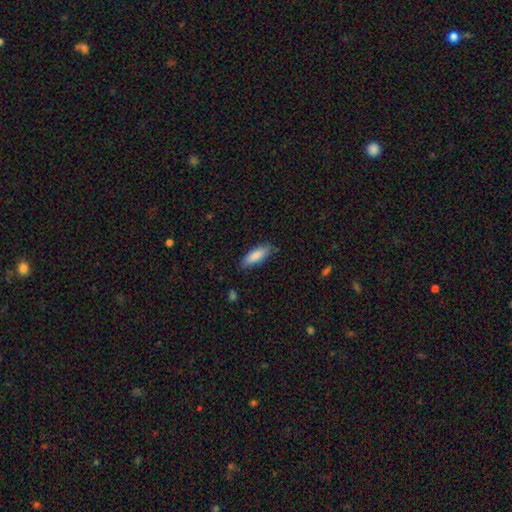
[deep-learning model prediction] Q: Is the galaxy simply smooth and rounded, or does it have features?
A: smooth — 87%.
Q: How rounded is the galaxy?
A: in between — 61%.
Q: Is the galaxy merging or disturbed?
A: none — 83%.